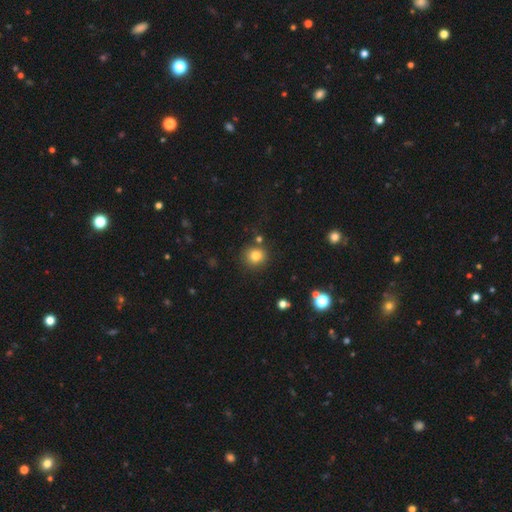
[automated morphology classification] smooth-or-featured: smooth: 79% | star or artifact: 13% | featured or disk: 7%
  how-rounded: round: 90% | in between: 9% | cigar-shaped: 1%
  merging: none: 82% | minor disturbance: 9% | merger: 6% | major disturbance: 3%